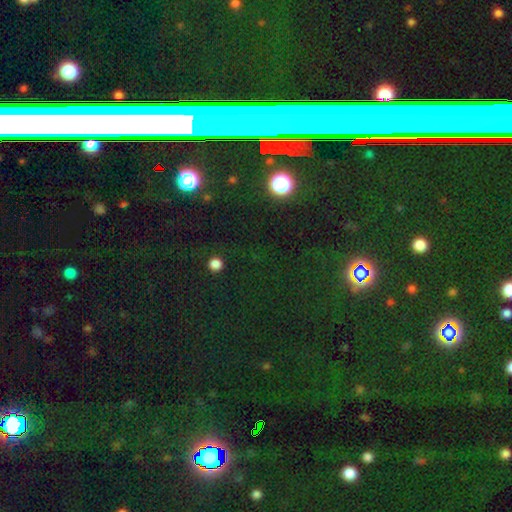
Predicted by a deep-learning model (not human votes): A star or artifact, not a galaxy (71%).